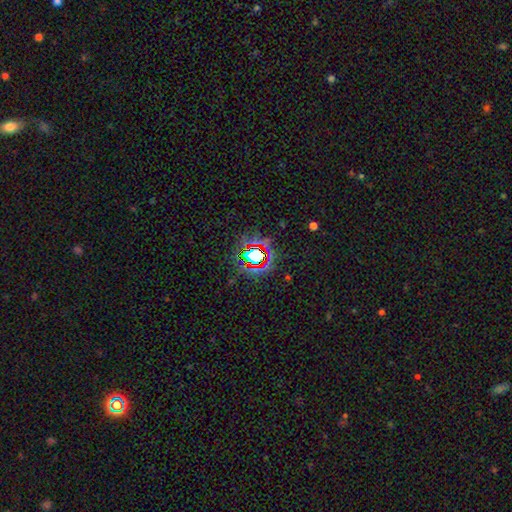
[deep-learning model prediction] Q: Smooth or featured?
A: star or artifact (70%); runner-up: smooth (19%)